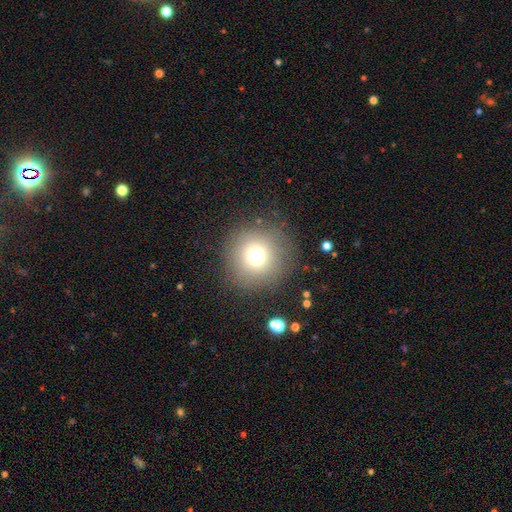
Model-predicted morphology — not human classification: type=smooth (73%); roundness=round (95%); merging=none (86%).